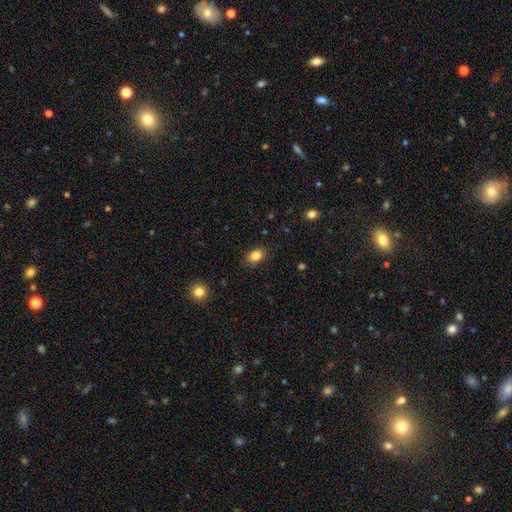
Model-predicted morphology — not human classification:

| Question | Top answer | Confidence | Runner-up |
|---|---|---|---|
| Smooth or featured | smooth | 85% | star or artifact (10%) |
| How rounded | in between | 73% | round (26%) |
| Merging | none | 84% | minor disturbance (12%) |